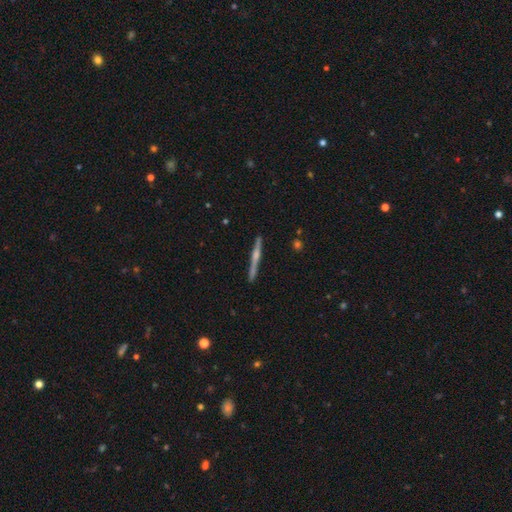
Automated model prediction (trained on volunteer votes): Smooth or featured? featured or disk (75%)
Edge-on disk? yes (98%)
Edge-on bulge? rounded (78%)
Merging? none (90%)